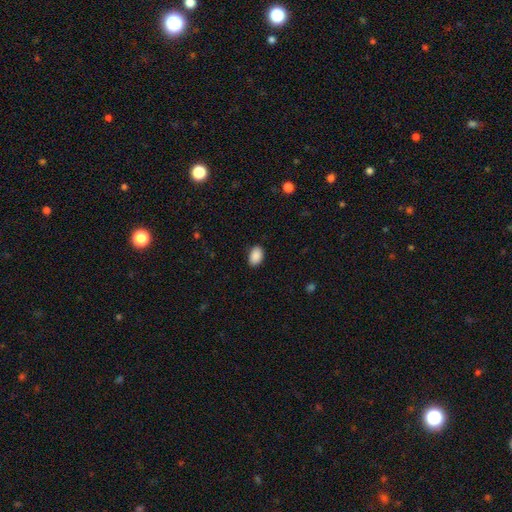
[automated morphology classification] This appears to be a smooth galaxy with no disk features (90%) that is in between round and cigar-shaped (89%). Merging: none (87%).